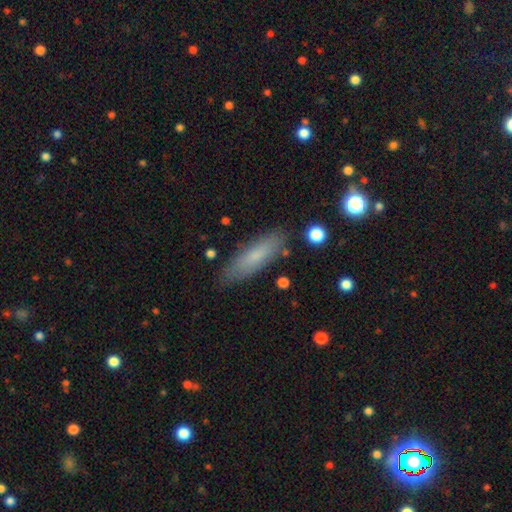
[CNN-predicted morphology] smooth-or-featured: smooth: 75% | featured or disk: 18% | star or artifact: 7%
  how-rounded: cigar-shaped: 62% | in between: 36% | round: 2%
  merging: none: 85% | minor disturbance: 11% | major disturbance: 2% | merger: 2%